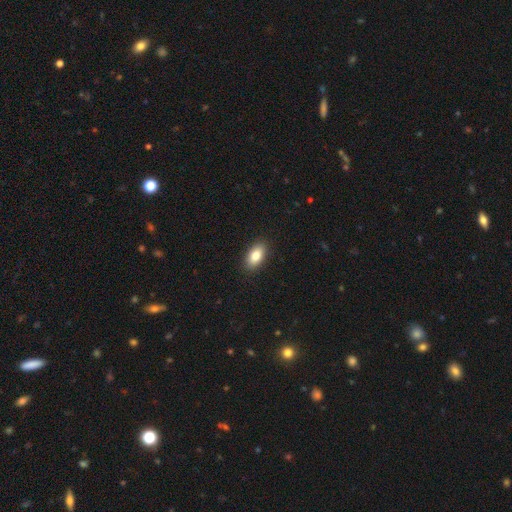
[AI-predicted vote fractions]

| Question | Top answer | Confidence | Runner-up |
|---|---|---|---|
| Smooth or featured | smooth | 82% | featured or disk (10%) |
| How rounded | in between | 91% | round (5%) |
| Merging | none | 90% | minor disturbance (7%) |